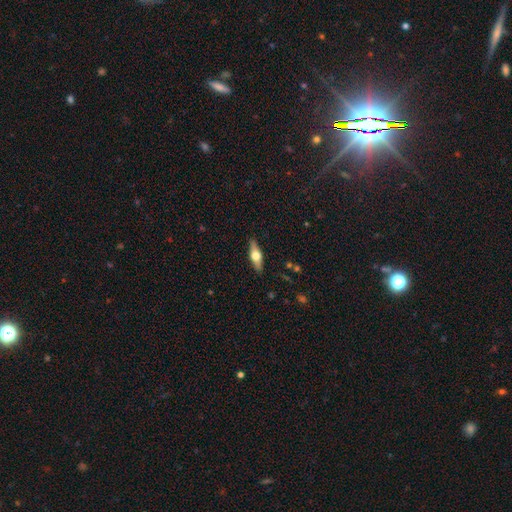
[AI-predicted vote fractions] A featured or disk galaxy (54%) viewed edge-on (92%). Merging: none (88%).